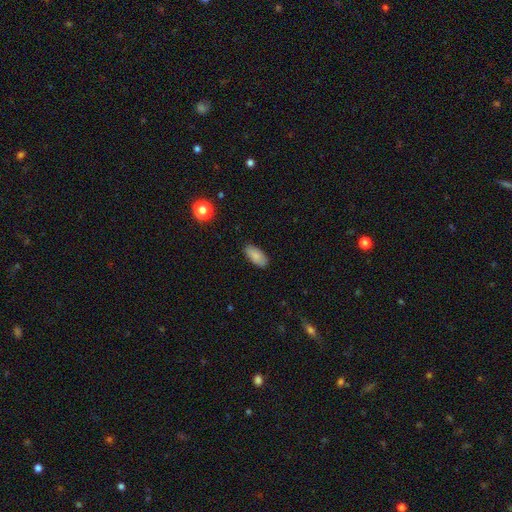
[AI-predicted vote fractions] Smooth or featured? smooth (86%)
How rounded? in between (90%)
Merging? none (85%)